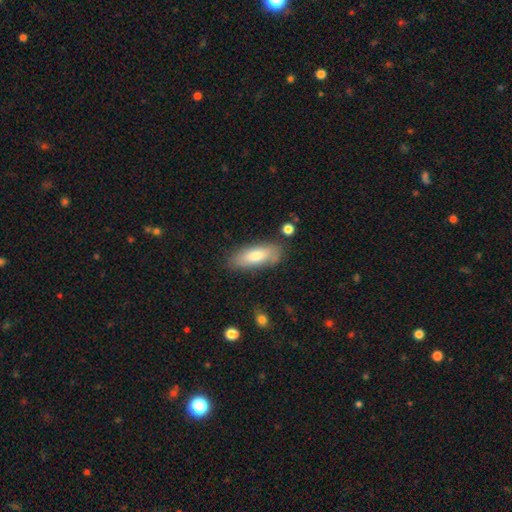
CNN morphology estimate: This is likely a smooth galaxy (76%). How rounded: likely in between (70%). Merging: clearly none (80%).